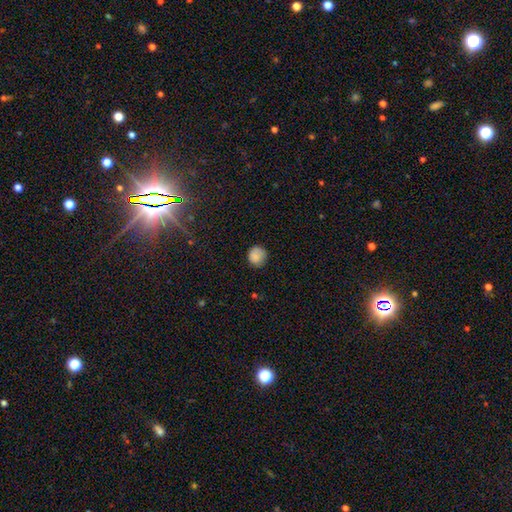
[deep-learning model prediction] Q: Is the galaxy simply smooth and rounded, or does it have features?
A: smooth — 85%.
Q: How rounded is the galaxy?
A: round — 90%.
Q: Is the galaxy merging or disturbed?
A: none — 80%.